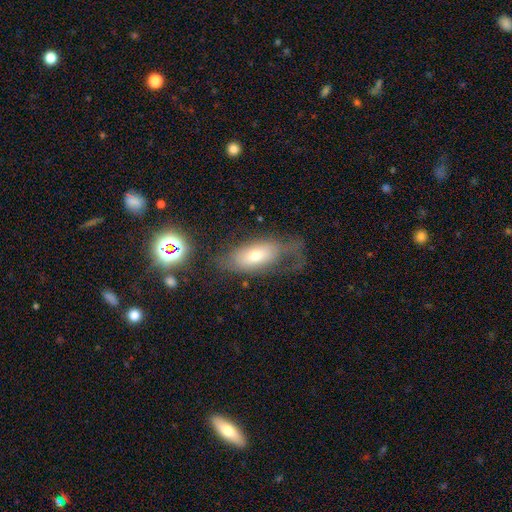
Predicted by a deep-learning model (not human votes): The model was most divided on "merging": none: 37%, major disturbance: 35%, minor disturbance: 23%, merger: 4%. More confident: how rounded — in between (84%); smooth or featured — smooth (52%).